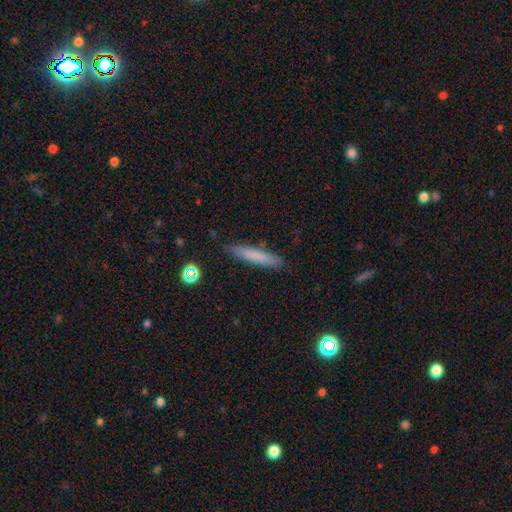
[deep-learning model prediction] smooth_or_featured: smooth (p=0.74) [alt: featured or disk p=0.18]
how_rounded: cigar-shaped (p=0.92) [alt: in between p=0.07]
merging: none (p=0.86) [alt: minor disturbance p=0.10]